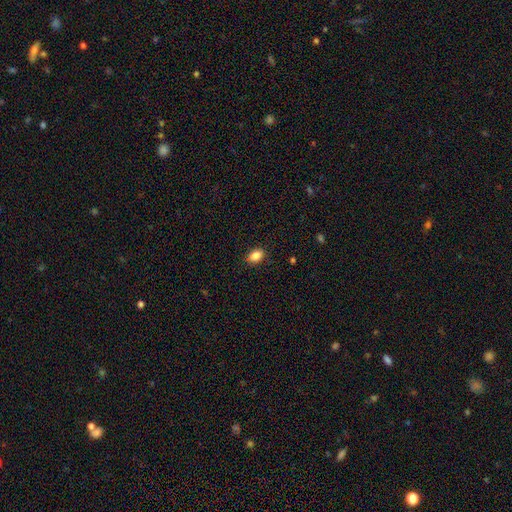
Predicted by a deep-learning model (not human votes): The model was most divided on "how rounded": in between: 81%, round: 17%, cigar-shaped: 2%. More confident: merging — none (87%); smooth or featured — smooth (86%).